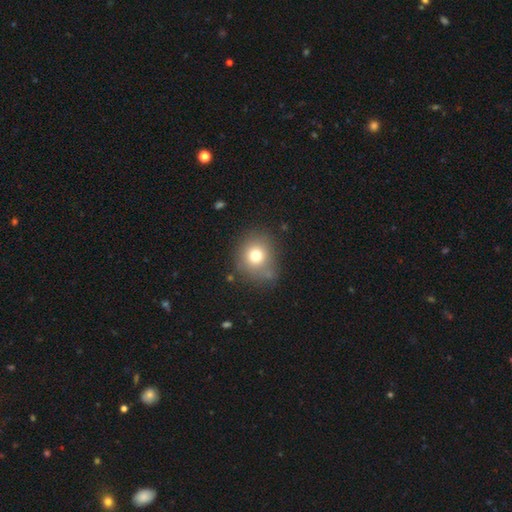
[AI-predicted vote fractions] Q: Smooth or featured?
A: smooth (74%); runner-up: star or artifact (13%)
Q: How rounded?
A: round (77%); runner-up: in between (22%)
Q: Merging?
A: none (72%); runner-up: minor disturbance (17%)